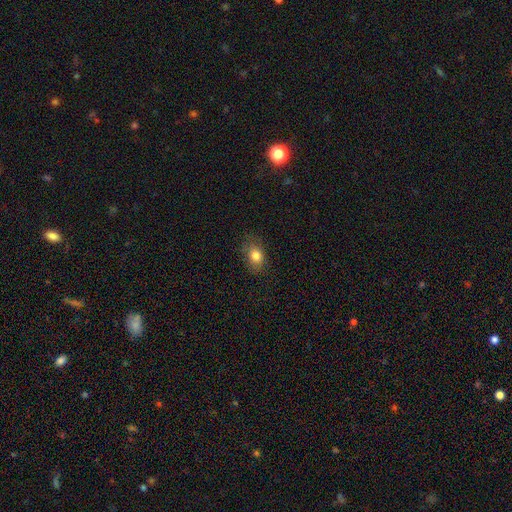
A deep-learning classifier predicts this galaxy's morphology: smooth_or_featured: smooth (p=0.81) [alt: star or artifact p=0.10]
how_rounded: in between (p=0.67) [alt: round p=0.32]
merging: none (p=0.74) [alt: minor disturbance p=0.19]